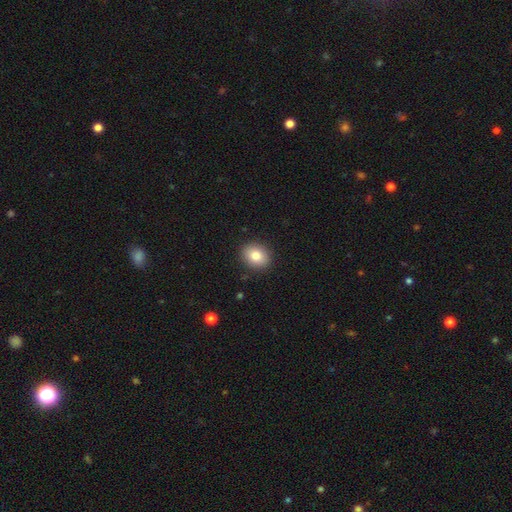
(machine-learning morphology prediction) Smooth or featured? smooth (82%)
How rounded? round (59%)
Merging? none (90%)